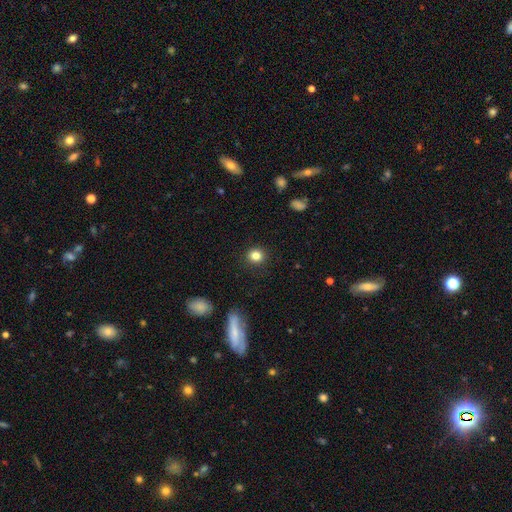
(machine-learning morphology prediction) Smooth or featured? smooth (84%)
How rounded? round (86%)
Merging? none (91%)